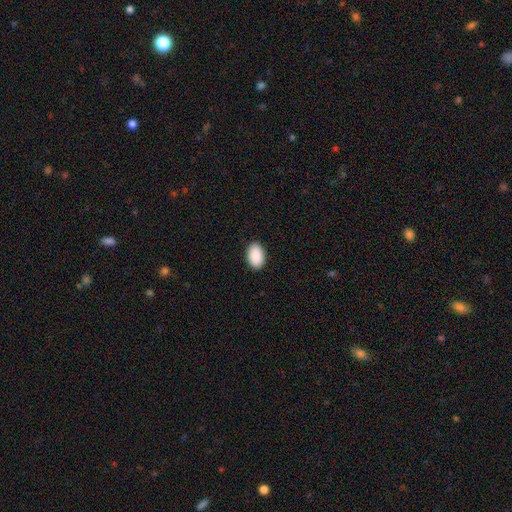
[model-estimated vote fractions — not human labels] Overall: smooth (92%). How rounded: in between (90%). Merging: none (91%).